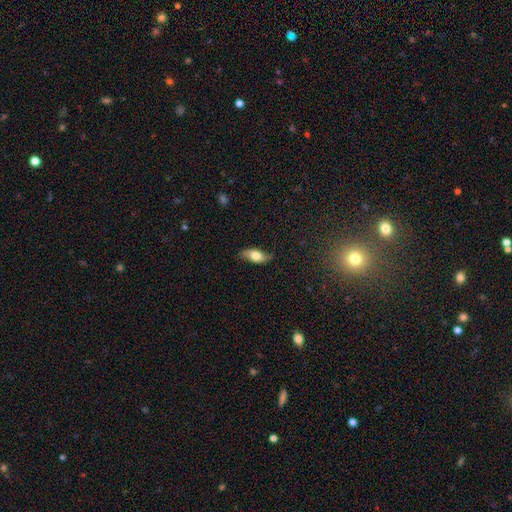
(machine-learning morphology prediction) smooth 59%, featured or disk 34%, star or artifact 7%. Down the decision tree: how rounded — in between (82%); merging — none (77%).